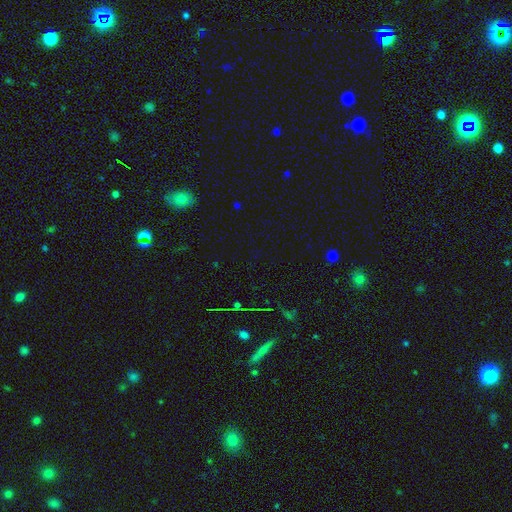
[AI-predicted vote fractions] Smooth or featured?
  - star or artifact: 73% *
  - smooth: 19%
  - featured or disk: 8%